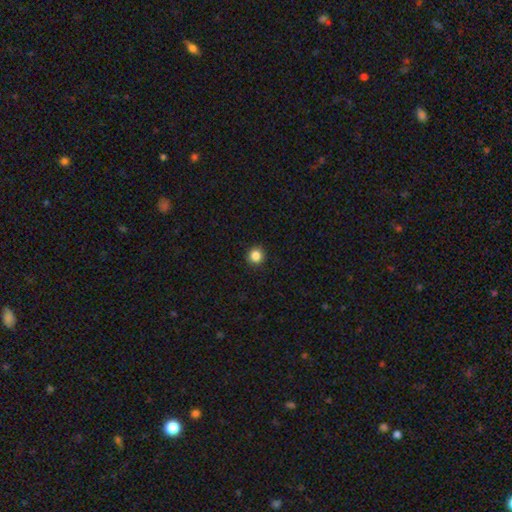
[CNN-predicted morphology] A smooth galaxy with no disk features (85%) that is round (94%).

Vote fractions:
- Smooth or featured? smooth: 85% / star or artifact: 11% / featured or disk: 4%
- How rounded? round: 94% / in between: 5% / cigar-shaped: 1%
- Merging? none: 93% / minor disturbance: 4% / major disturbance: 1% / merger: 1%